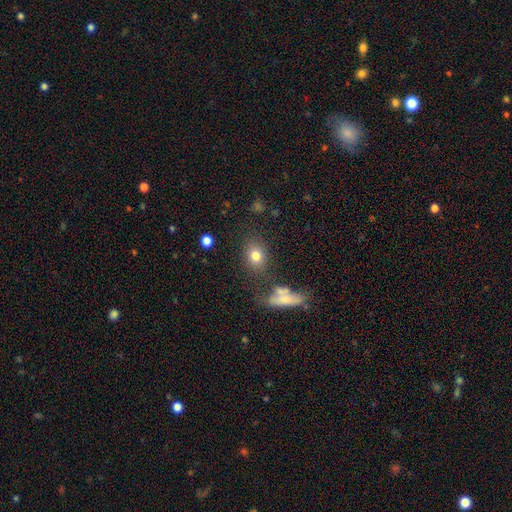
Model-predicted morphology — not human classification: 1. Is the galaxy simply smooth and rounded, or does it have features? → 77% smooth, 12% star or artifact, 11% featured or disk.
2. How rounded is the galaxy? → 54% in between, 44% round, 2% cigar-shaped.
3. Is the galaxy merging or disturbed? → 74% none, 13% minor disturbance, 8% merger, 5% major disturbance.